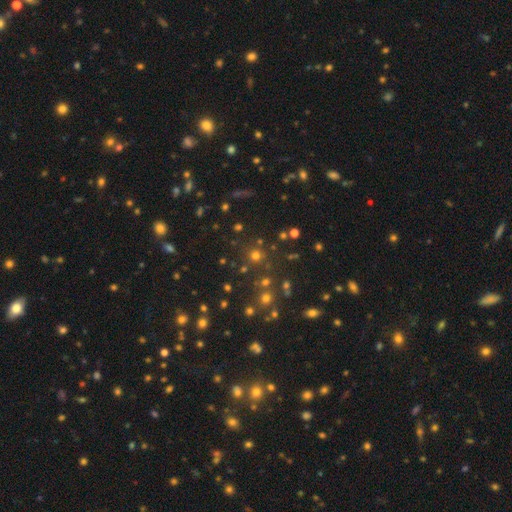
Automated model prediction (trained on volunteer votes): Overall: smooth (62%; star or artifact 31%). How rounded: round (93%). Merging: none (82%).